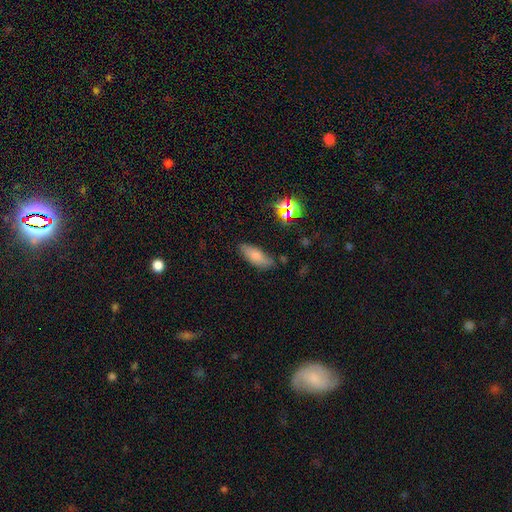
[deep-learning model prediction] Morphology: type=smooth (75%); roundness=in between (73%); merging=none (71%).